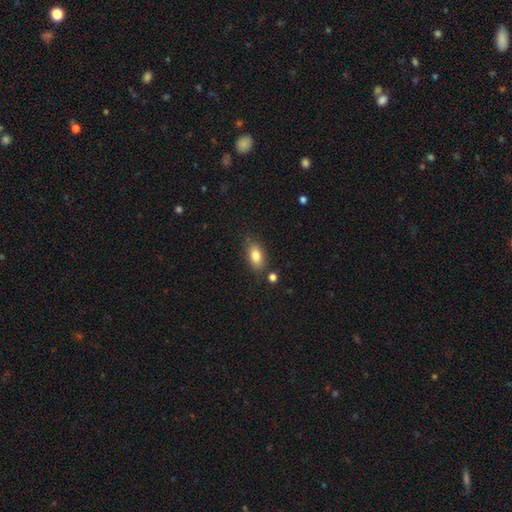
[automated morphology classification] Smooth or featured: smooth — 83% (featured or disk — 9%)
How rounded: in between — 87% (round — 7%)
Merging: none — 78% (minor disturbance — 14%)